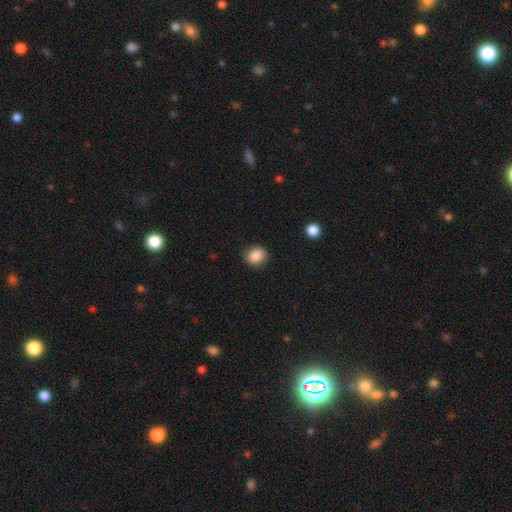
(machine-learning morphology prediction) smooth-or-featured: smooth: 88% | star or artifact: 9% | featured or disk: 4%
  how-rounded: round: 62% | in between: 37% | cigar-shaped: 1%
  merging: none: 86% | minor disturbance: 10% | major disturbance: 3% | merger: 1%